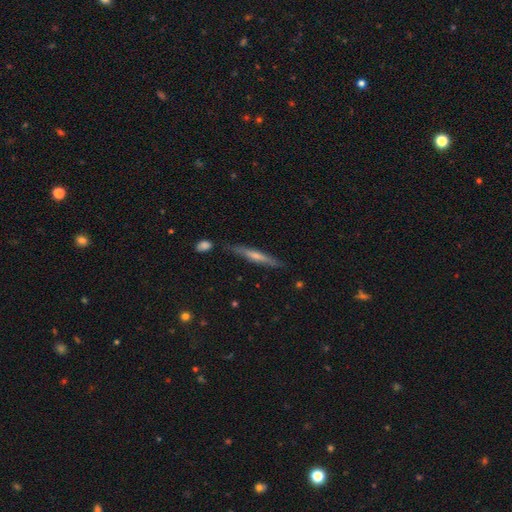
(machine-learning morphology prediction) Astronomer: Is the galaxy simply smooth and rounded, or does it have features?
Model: featured or disk — 55% (runner-up: smooth, 38%).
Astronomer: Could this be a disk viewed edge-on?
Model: yes — 94%.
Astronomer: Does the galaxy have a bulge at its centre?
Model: rounded — 47% (runner-up: none, 43%).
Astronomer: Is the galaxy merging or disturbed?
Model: none — 83%.